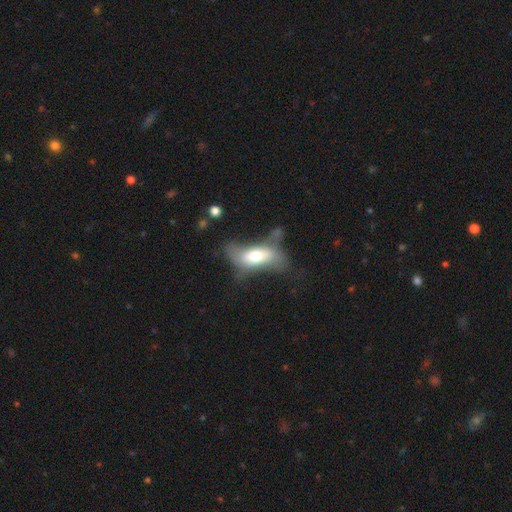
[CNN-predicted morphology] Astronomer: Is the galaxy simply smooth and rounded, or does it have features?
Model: smooth — 55% (runner-up: featured or disk, 37%).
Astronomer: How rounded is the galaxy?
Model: in between — 80%.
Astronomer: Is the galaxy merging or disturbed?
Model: major disturbance — 35% (runner-up: none, 28%).